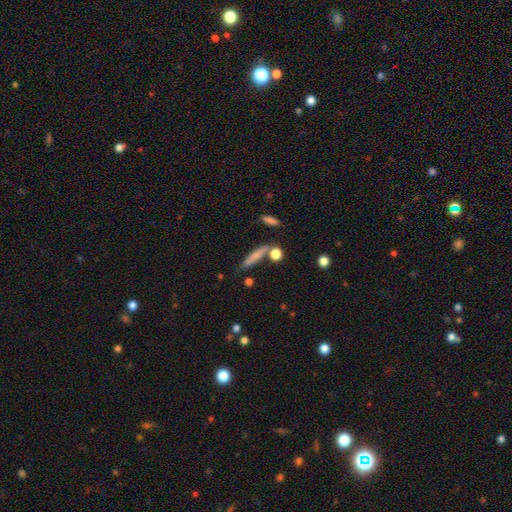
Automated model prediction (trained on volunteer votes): Morphology: type=smooth (67%); roundness=cigar-shaped (78%); merging=none (70%).